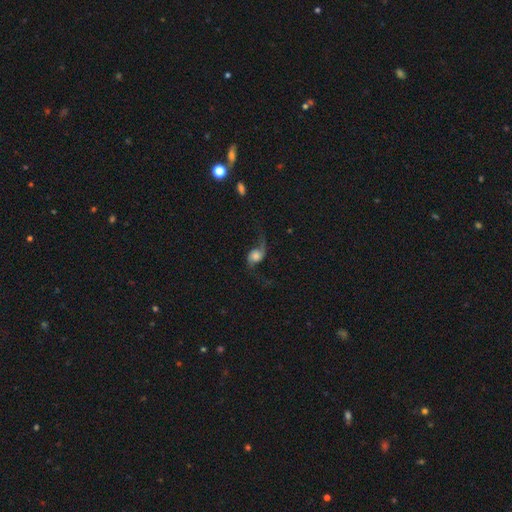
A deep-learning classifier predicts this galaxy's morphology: Smooth or featured?
  - featured or disk: 74% *
  - smooth: 17%
  - star or artifact: 9%
Edge-on disk?
  - no: 96% *
  - yes: 4%
Bar?
  - no: 68% *
  - weak: 26%
  - strong: 6%
Spiral arms?
  - yes: 94% *
  - no: 6%
Spiral winding?
  - loose: 87% *
  - medium: 10%
  - tight: 2%
Spiral arm count?
  - 2: 89% *
  - 1: 7%
  - can't tell: 2%
  - 3: 1%
  - 4: 1%
  - more than 4: 1%
Bulge size?
  - moderate: 31% * (tied)
  - large: 31% * (tied)
  - small: 17%
  - dominant: 12%
  - none: 9%
Merging?
  - none: 61% *
  - major disturbance: 20%
  - minor disturbance: 16%
  - merger: 3%